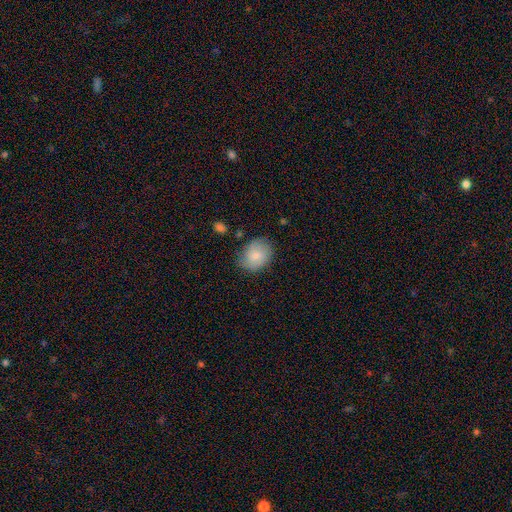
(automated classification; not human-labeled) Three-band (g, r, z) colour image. It shows a smooth galaxy with no disk features (78%) that is in between round and cigar-shaped (59%). Merging: none (75%).